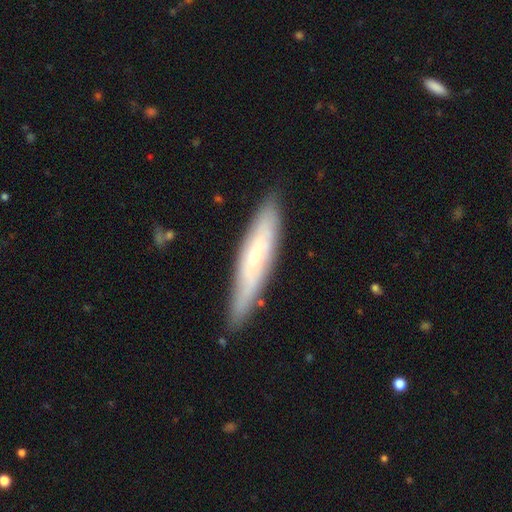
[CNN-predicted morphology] featured or disk 51%, smooth 42%, star or artifact 6%. Down the decision tree: edge-on disk — yes (63%); merging — none (83%).